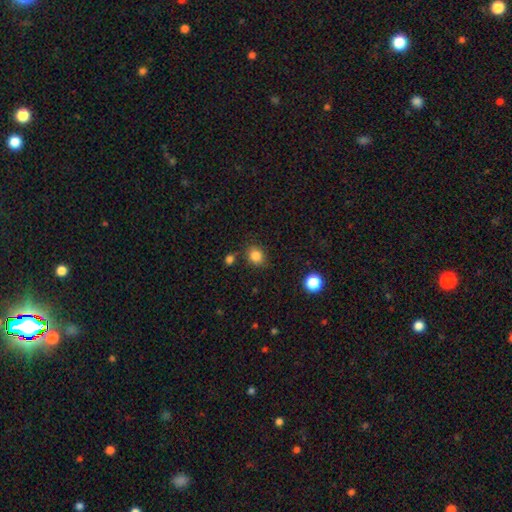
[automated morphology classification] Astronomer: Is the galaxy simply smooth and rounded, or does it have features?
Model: smooth — 83%.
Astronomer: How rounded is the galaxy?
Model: round — 62%.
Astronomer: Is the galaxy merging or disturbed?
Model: none — 79%.